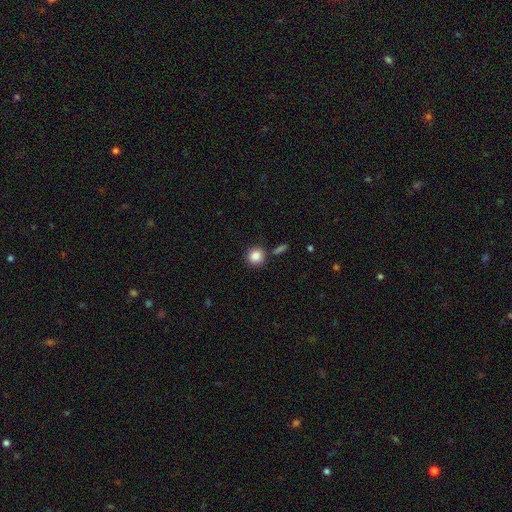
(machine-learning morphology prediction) type=smooth (86%); roundness=round (91%); merging=none (82%).